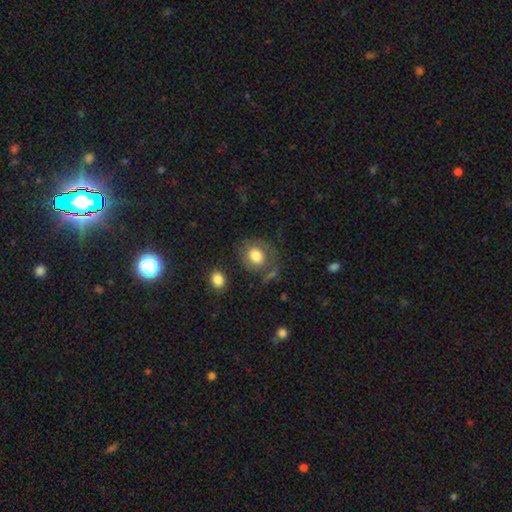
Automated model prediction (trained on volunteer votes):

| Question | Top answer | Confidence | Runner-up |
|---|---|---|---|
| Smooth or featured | smooth | 75% | featured or disk (16%) |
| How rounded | round | 57% | in between (42%) |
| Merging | none | 60% | minor disturbance (20%) |